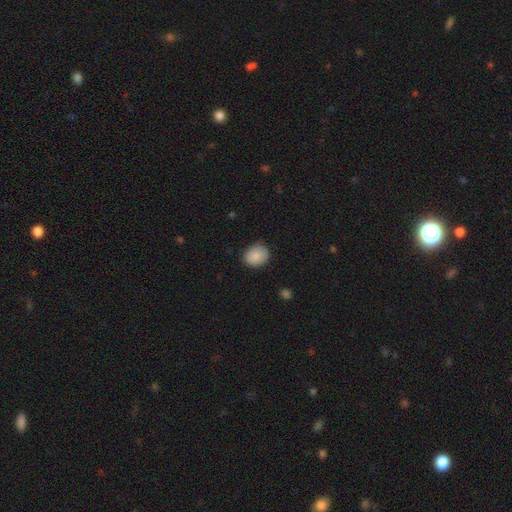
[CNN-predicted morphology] This appears to be a smooth galaxy with no disk features (87%) that is round (59%). Merging: none (77%).